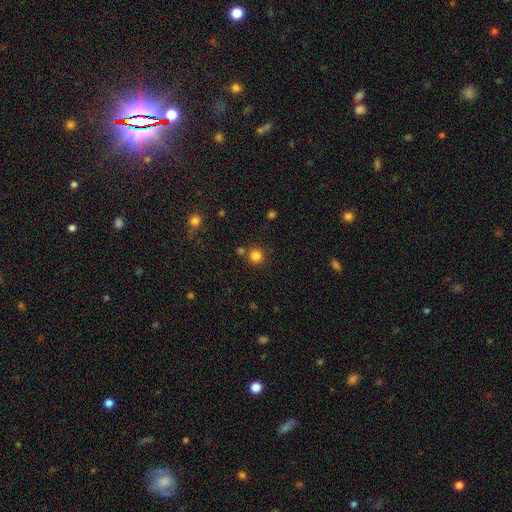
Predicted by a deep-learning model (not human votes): Q: Smooth or featured?
A: smooth (82%); runner-up: star or artifact (13%)
Q: How rounded?
A: round (93%); runner-up: in between (6%)
Q: Merging?
A: none (77%); runner-up: merger (12%)